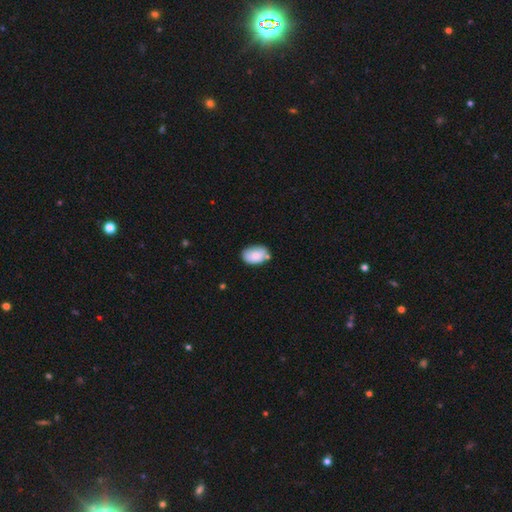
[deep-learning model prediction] A smooth galaxy with no disk features (80%) that is in between round and cigar-shaped (85%). Merging: none (60%).